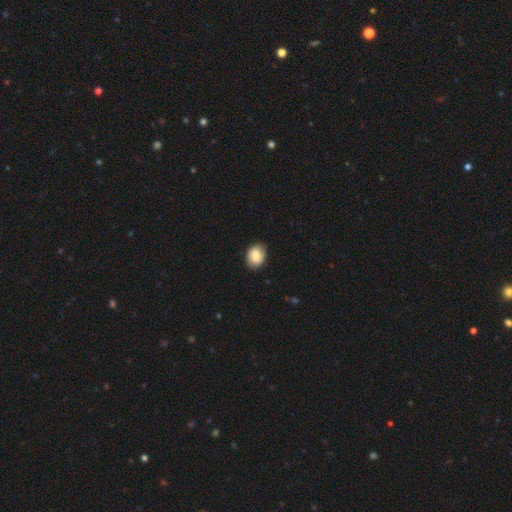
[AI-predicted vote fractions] Smooth or featured?
  - smooth: 84% *
  - featured or disk: 9%
  - star or artifact: 7%
How rounded?
  - in between: 59% *
  - round: 40%
  - cigar-shaped: 1%
Merging?
  - none: 84% *
  - minor disturbance: 13%
  - major disturbance: 2%
  - merger: 1%